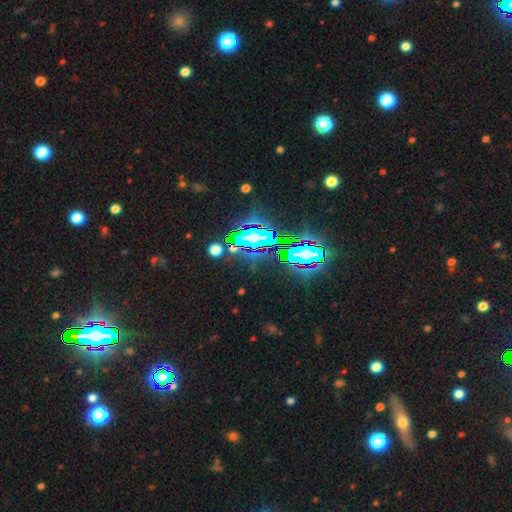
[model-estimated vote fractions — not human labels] This appears to be a star or artifact, not a galaxy (82%).